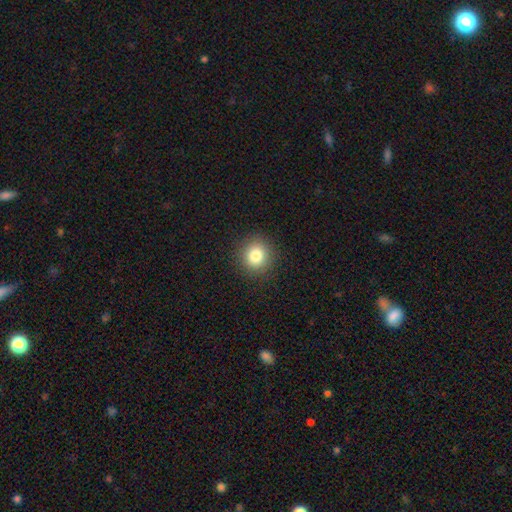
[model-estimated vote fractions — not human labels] This is clearly a smooth galaxy (82%). How rounded: clearly round (89%). Merging: clearly none (91%).